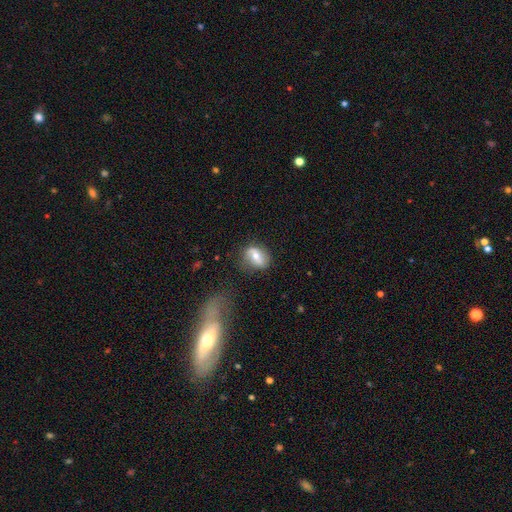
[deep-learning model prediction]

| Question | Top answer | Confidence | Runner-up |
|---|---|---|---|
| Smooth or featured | featured or disk | 46% | tied: smooth (46%) |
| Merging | none | 71% | minor disturbance (19%) |